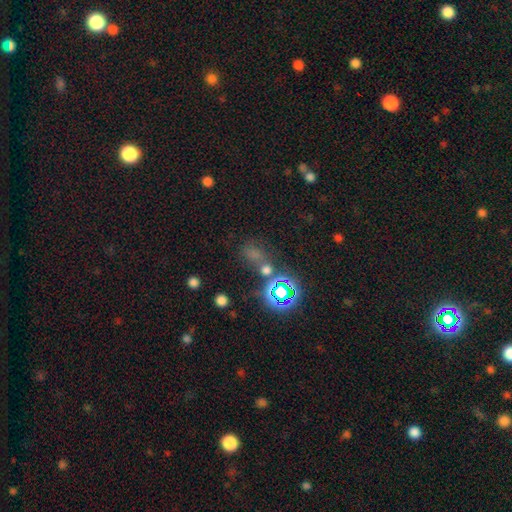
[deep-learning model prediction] Smooth or featured? Predicted: star or artifact (p=0.48).